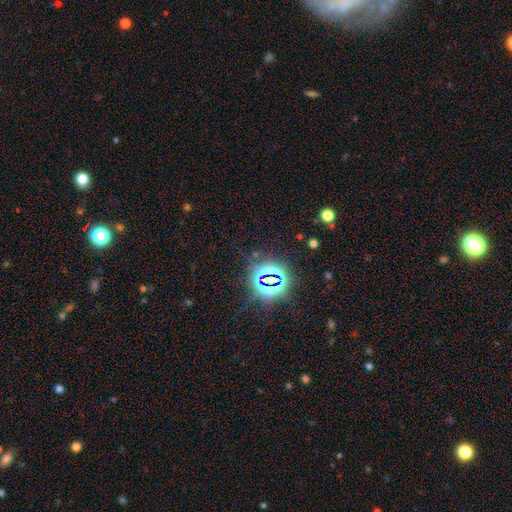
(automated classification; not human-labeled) Smooth or featured?
  - star or artifact: 80% *
  - smooth: 12%
  - featured or disk: 8%